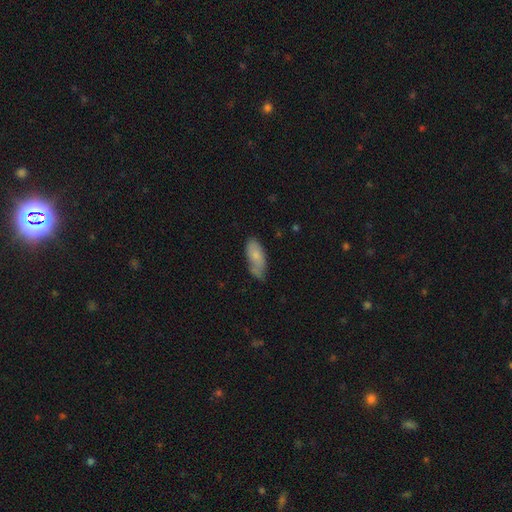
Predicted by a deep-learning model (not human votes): Smooth or featured?
  - smooth: 72% *
  - featured or disk: 22%
  - star or artifact: 6%
How rounded?
  - in between: 84% *
  - cigar-shaped: 14%
  - round: 2%
Merging?
  - none: 53% *
  - minor disturbance: 34%
  - major disturbance: 8%
  - merger: 4%